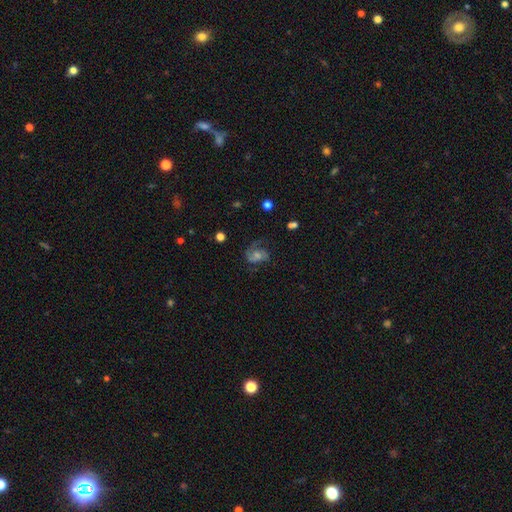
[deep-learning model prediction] smooth-or-featured: featured or disk: 70% | smooth: 18% | star or artifact: 12%
  disk-edge-on: no: 97% | yes: 3%
    bar: no: 63% | weak: 31% | strong: 6%
    has-spiral-arms: yes: 92% | no: 8%
      spiral-winding: medium: 50% | tight: 27% | loose: 24%
      spiral-arm-count: 2: 69% | 1: 12% | can't tell: 11% | 3: 5% | 4: 2% | more than 4: 2%
    bulge-size: moderate: 45% | small: 36% | large: 9% | none: 9% | dominant: 2%
  merging: none: 60% | minor disturbance: 20% | major disturbance: 18% | merger: 2%